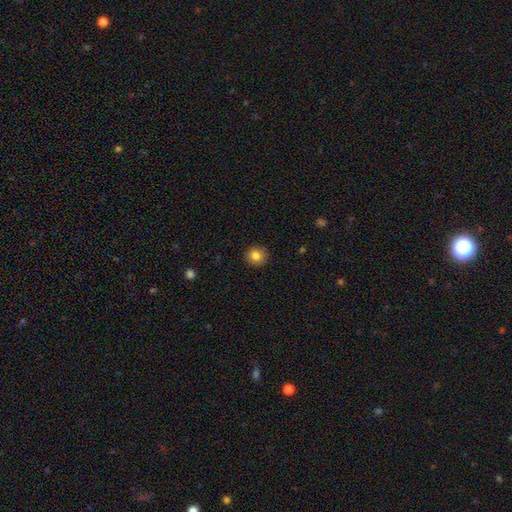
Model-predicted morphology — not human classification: smooth 84%, star or artifact 10%, featured or disk 6%. Down the decision tree: how rounded — round (91%); merging — none (91%).